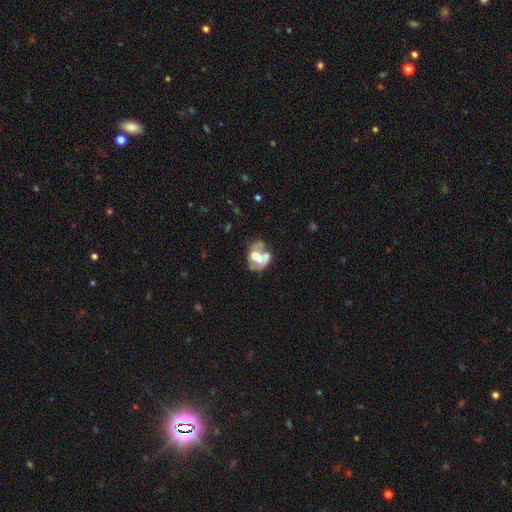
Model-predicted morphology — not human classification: type=featured or disk (54%); edge-on=no (97%); bar=no (83%); spiral arms=no (86%); bulge=moderate (52%); merging=merger (53%).